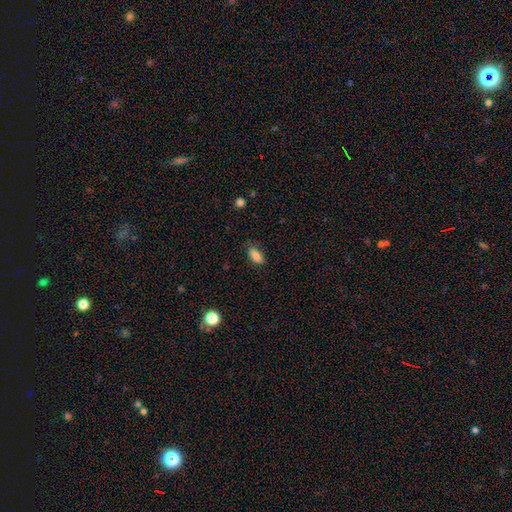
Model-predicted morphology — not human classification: smooth_or_featured: smooth (p=0.83) [alt: featured or disk p=0.09]
how_rounded: in between (p=0.89) [alt: cigar-shaped p=0.07]
merging: none (p=0.78) [alt: minor disturbance p=0.17]